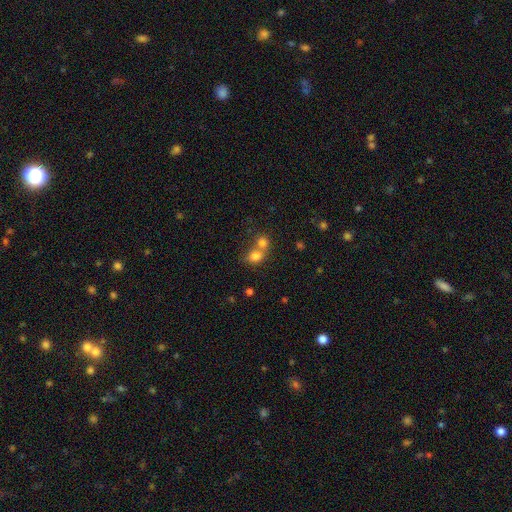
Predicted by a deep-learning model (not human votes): This appears to be a smooth galaxy with no disk features (79%) that is round (58%). Merging: merger (55%).